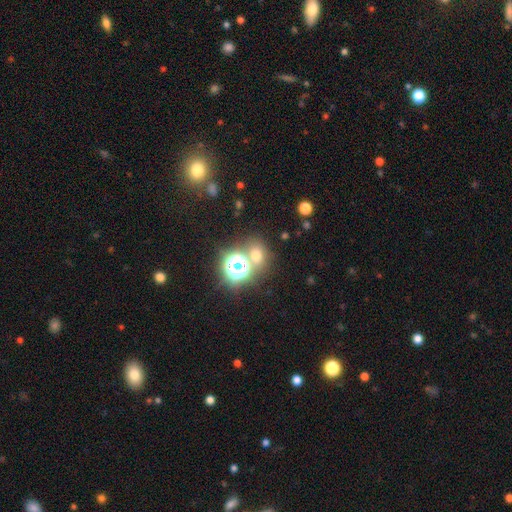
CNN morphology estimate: Overall: smooth (59%; star or artifact 31%). How rounded: round (67%; in between 31%). Merging: none (65%).